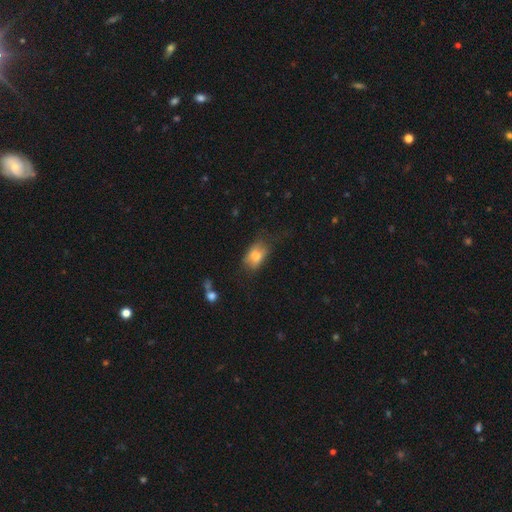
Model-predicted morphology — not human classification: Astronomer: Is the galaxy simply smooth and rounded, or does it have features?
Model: smooth — 74%.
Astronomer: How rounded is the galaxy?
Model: in between — 84%.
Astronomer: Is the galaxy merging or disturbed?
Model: none — 49% (runner-up: minor disturbance, 31%).